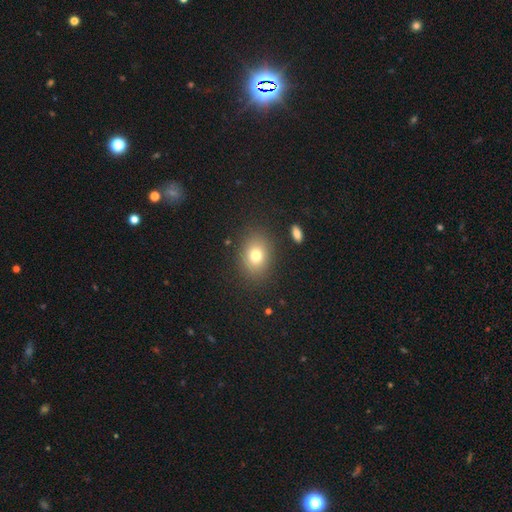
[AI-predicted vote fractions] A smooth galaxy with no disk features (77%) that is in between round and cigar-shaped (57%).

Vote fractions:
- Smooth or featured? smooth: 77% / star or artifact: 12% / featured or disk: 11%
- How rounded? in between: 57% / round: 42% / cigar-shaped: 1%
- Merging? none: 86% / minor disturbance: 9% / major disturbance: 4% / merger: 2%